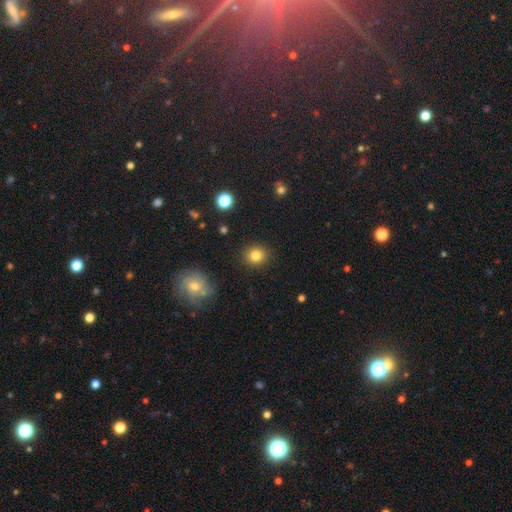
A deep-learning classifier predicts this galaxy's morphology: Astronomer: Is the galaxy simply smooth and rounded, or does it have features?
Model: smooth — 82%.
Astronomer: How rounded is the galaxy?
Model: round — 81%.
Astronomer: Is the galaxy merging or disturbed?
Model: none — 89%.